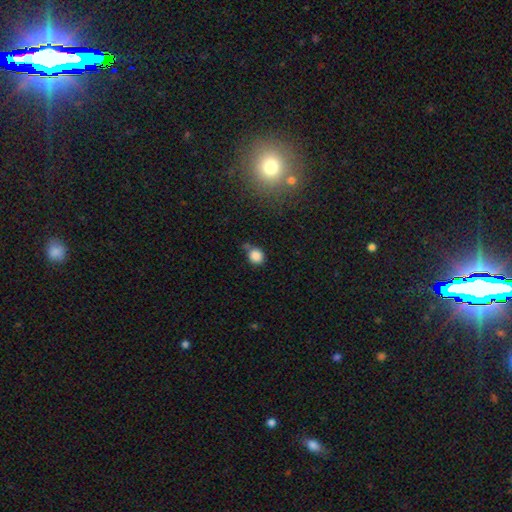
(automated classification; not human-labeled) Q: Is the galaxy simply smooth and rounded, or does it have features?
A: smooth — 85%.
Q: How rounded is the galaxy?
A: round — 75%.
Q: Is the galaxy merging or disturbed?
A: none — 53%.